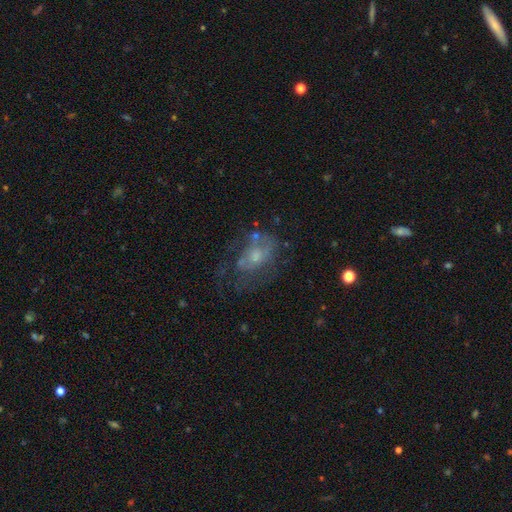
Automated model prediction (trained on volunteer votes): Smooth or featured: featured or disk — 55% (smooth — 33%)
Edge-on disk: no — 95% (yes — 5%)
Bar: no — 80% (weak — 17%)
Spiral arms: no — 59% (yes — 41%)
Bulge size: moderate — 47% (small — 39%)
Merging: none — 40% (major disturbance — 33%)